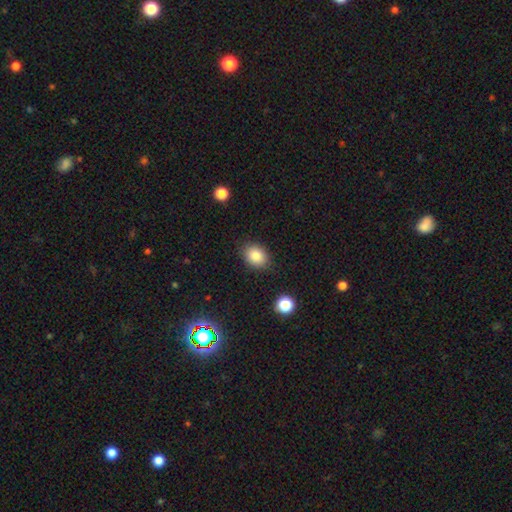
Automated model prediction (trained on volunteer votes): This appears to be a smooth galaxy with no disk features (84%) that is in between round and cigar-shaped (63%). Merging: none (84%).